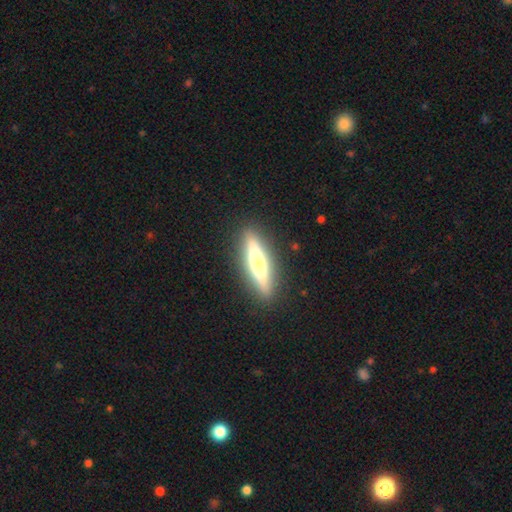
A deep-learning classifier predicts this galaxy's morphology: A smooth galaxy with no disk features (54%) that is cigar-shaped (82%).

Vote fractions:
- Smooth or featured? smooth: 54% / featured or disk: 38% / star or artifact: 8%
- How rounded? cigar-shaped: 82% / in between: 16% / round: 2%
- Merging? none: 89% / minor disturbance: 8% / major disturbance: 2% / merger: 1%